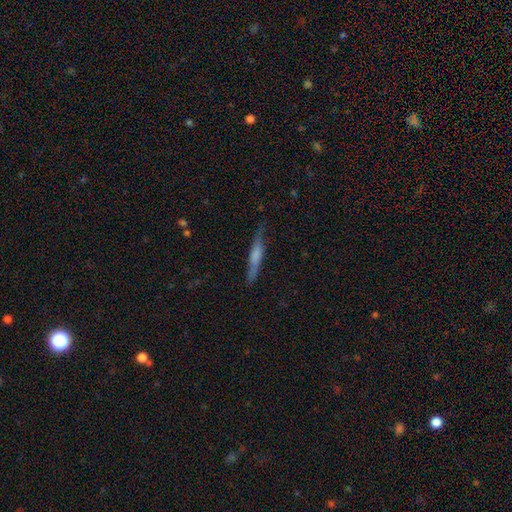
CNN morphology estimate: smooth 51%, featured or disk 43%, star or artifact 6%. Down the decision tree: how rounded — cigar-shaped (92%); merging — none (79%).